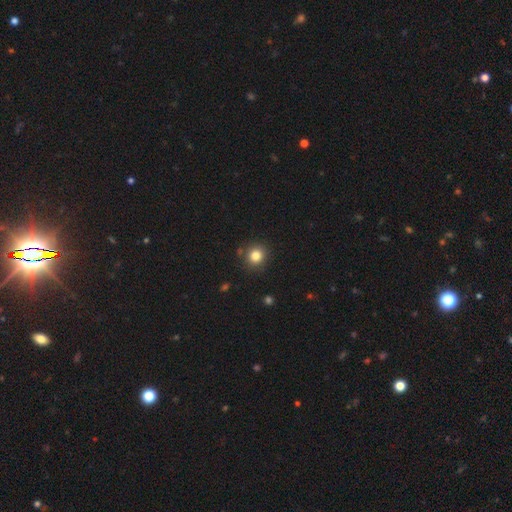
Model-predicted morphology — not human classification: Q: Smooth or featured?
A: smooth (83%); runner-up: star or artifact (12%)
Q: How rounded?
A: round (88%); runner-up: in between (11%)
Q: Merging?
A: none (86%); runner-up: minor disturbance (9%)